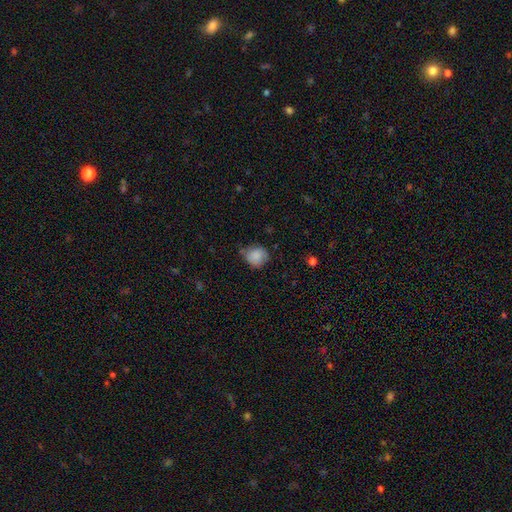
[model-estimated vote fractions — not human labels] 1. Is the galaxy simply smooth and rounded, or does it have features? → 84% smooth, 8% star or artifact, 8% featured or disk.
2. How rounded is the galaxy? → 78% round, 21% in between, 1% cigar-shaped.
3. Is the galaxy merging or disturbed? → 58% none, 33% minor disturbance, 7% major disturbance, 3% merger.